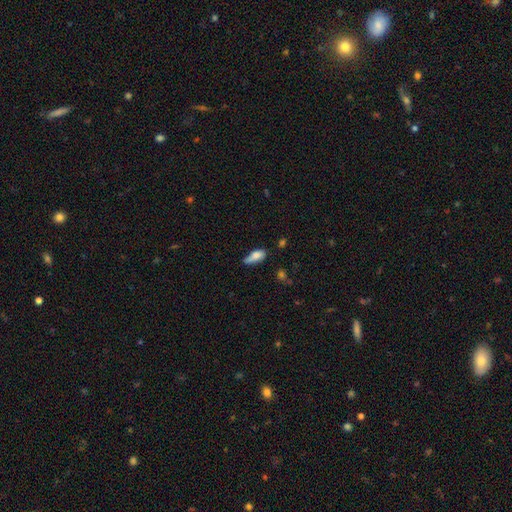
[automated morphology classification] Smooth or featured: smooth — 78% (featured or disk — 14%)
How rounded: in between — 78% (cigar-shaped — 19%)
Merging: none — 44% (minor disturbance — 38%)